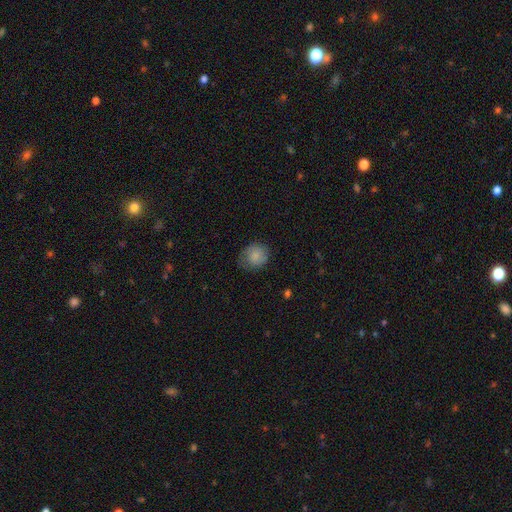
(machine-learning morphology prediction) Q: Smooth or featured?
A: smooth (82%); runner-up: featured or disk (11%)
Q: How rounded?
A: round (74%); runner-up: in between (25%)
Q: Merging?
A: none (69%); runner-up: minor disturbance (23%)